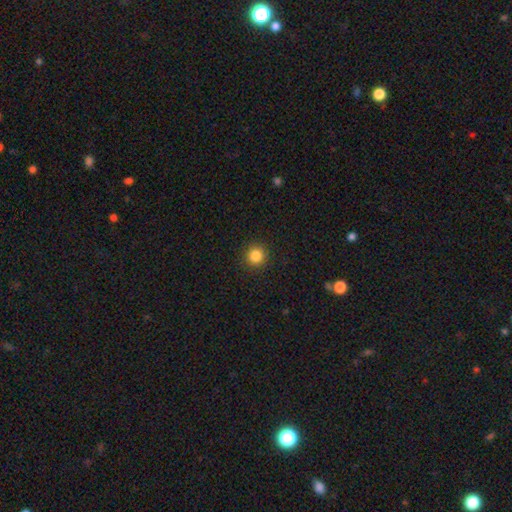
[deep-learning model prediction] smooth-or-featured: smooth: 85% | star or artifact: 11% | featured or disk: 4%
  how-rounded: round: 95% | in between: 4% | cigar-shaped: 1%
  merging: none: 92% | minor disturbance: 5% | major disturbance: 2% | merger: 1%